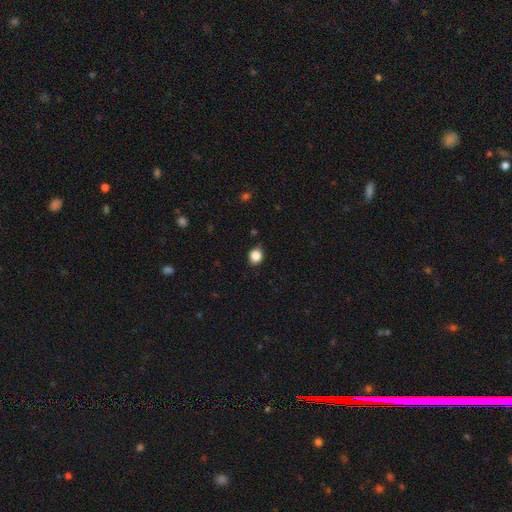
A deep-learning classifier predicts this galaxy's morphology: Q: Smooth or featured?
A: smooth (87%); runner-up: star or artifact (10%)
Q: How rounded?
A: round (66%); runner-up: in between (33%)
Q: Merging?
A: none (87%); runner-up: minor disturbance (10%)